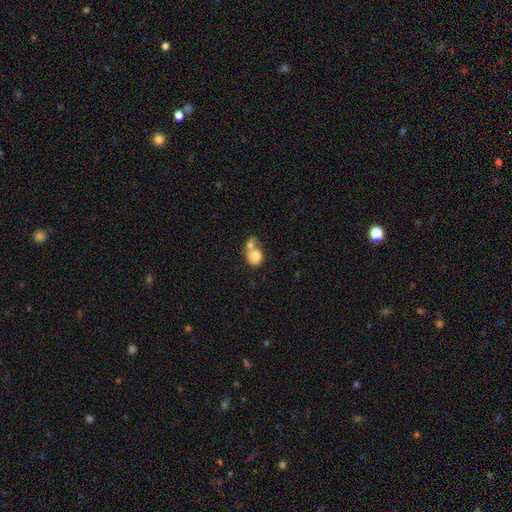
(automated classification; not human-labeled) Smooth or featured? smooth (73%)
How rounded? round (54%)
Merging? merger (69%)